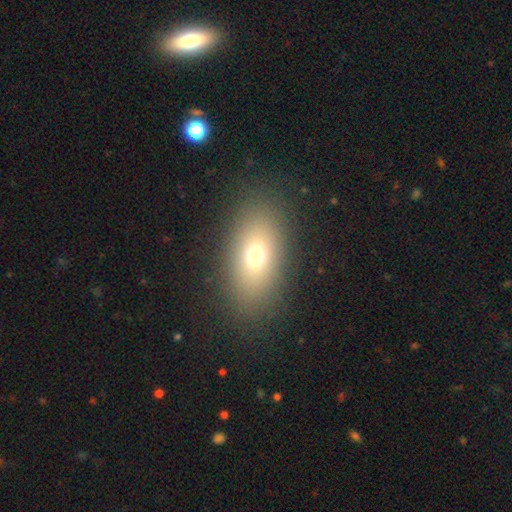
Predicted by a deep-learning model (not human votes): Overall: smooth (71%). How rounded: in between (85%). Merging: none (87%).